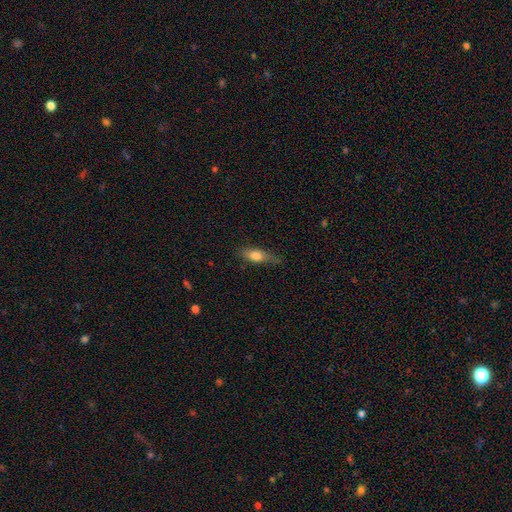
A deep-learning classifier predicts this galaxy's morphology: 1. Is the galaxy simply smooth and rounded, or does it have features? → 73% smooth, 19% featured or disk, 8% star or artifact.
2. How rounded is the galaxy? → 65% in between, 30% cigar-shaped, 5% round.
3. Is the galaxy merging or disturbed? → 61% none, 28% minor disturbance, 9% major disturbance, 2% merger.